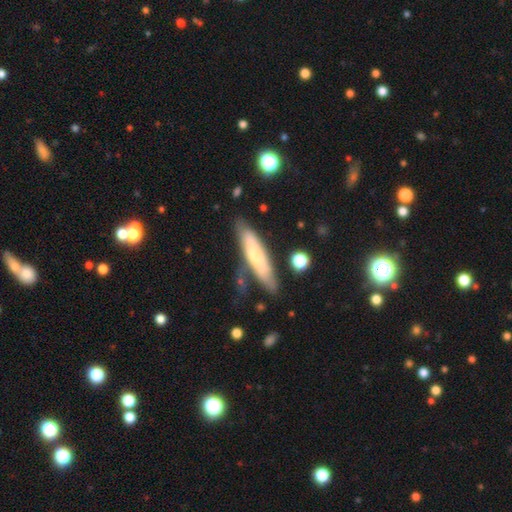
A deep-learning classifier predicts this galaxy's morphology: This appears to be a smooth galaxy with no disk features (56%) that is cigar-shaped (76%). Merging: none (61%).